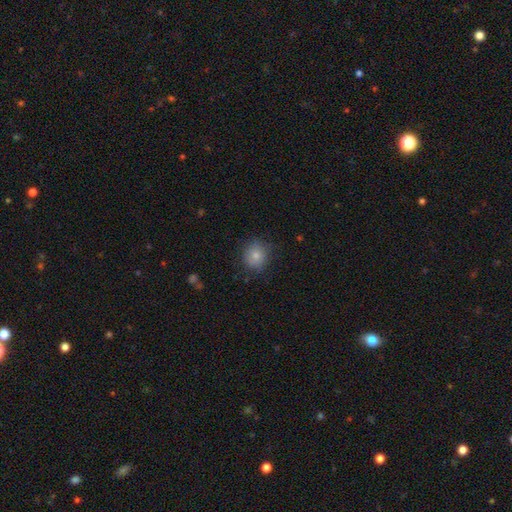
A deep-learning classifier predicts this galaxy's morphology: Smooth or featured?
  - smooth: 82% *
  - star or artifact: 10%
  - featured or disk: 8%
How rounded?
  - round: 79% *
  - in between: 20%
  - cigar-shaped: 1%
Merging?
  - none: 79% *
  - minor disturbance: 16%
  - major disturbance: 4%
  - merger: 1%